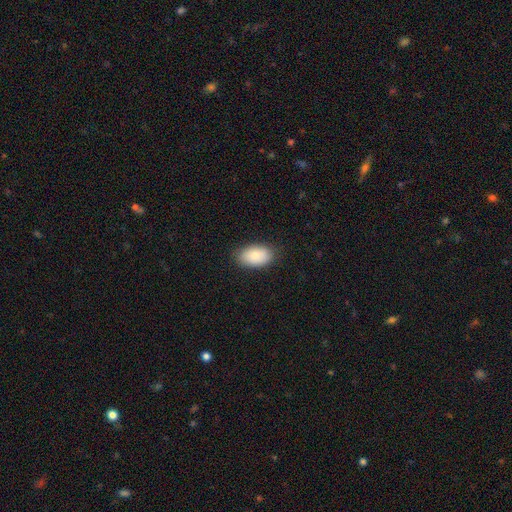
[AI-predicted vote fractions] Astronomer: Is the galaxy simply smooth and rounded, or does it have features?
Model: smooth — 83%.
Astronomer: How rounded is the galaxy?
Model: in between — 93%.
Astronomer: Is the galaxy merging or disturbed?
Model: none — 84%.